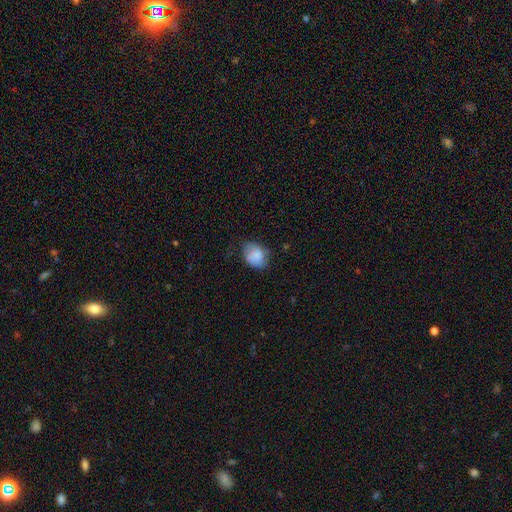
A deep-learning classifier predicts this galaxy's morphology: Overall: smooth (79%). How rounded: in between (57%; round 42%). Merging: none (58%; minor disturbance 31%).